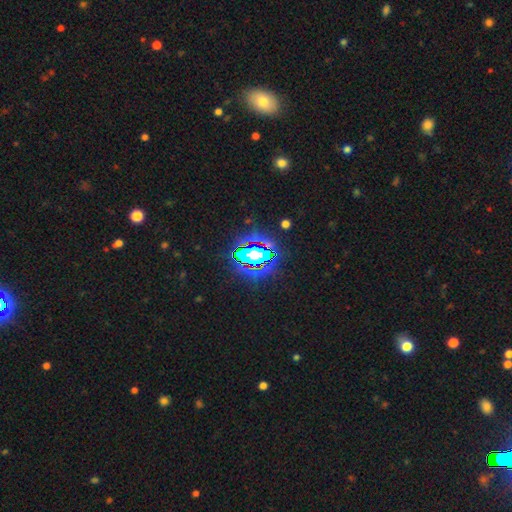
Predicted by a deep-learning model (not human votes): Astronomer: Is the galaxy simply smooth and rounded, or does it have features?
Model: star or artifact — 68%.